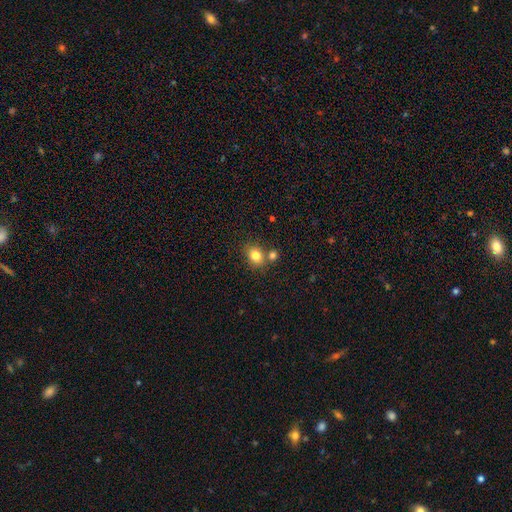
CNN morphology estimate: smooth 81%, star or artifact 11%, featured or disk 8%. Down the decision tree: how rounded — in between (55%); merging — none (62%).